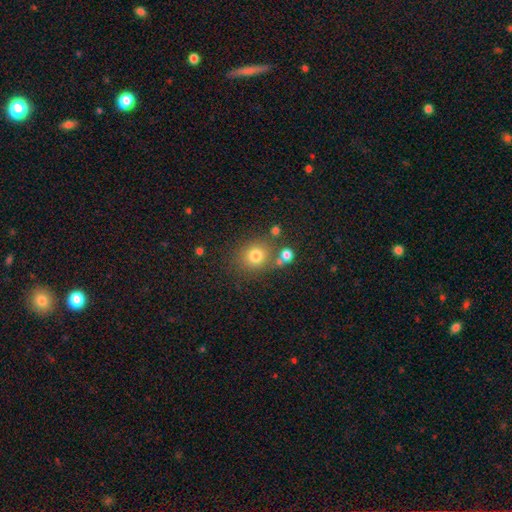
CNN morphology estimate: smooth 77%, star or artifact 14%, featured or disk 9%. Down the decision tree: how rounded — round (80%); merging — none (72%).